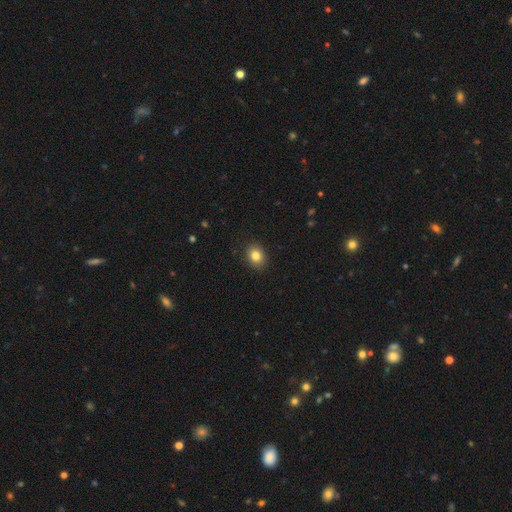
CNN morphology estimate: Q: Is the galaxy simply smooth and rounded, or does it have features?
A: smooth — 84%.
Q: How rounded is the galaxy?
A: in between — 51%.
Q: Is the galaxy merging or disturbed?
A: none — 90%.